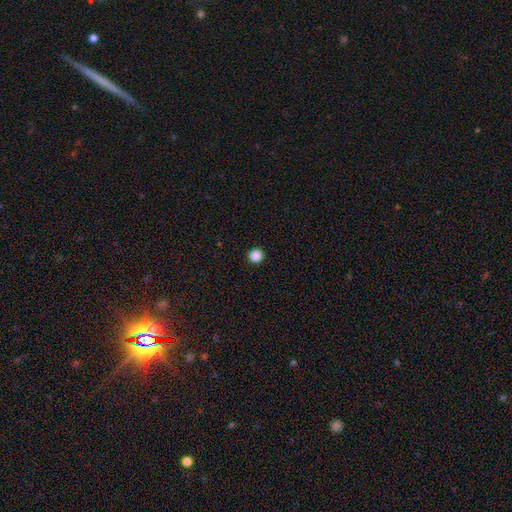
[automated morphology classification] smooth 87%, star or artifact 10%, featured or disk 2%. Down the decision tree: how rounded — round (95%); merging — none (93%).